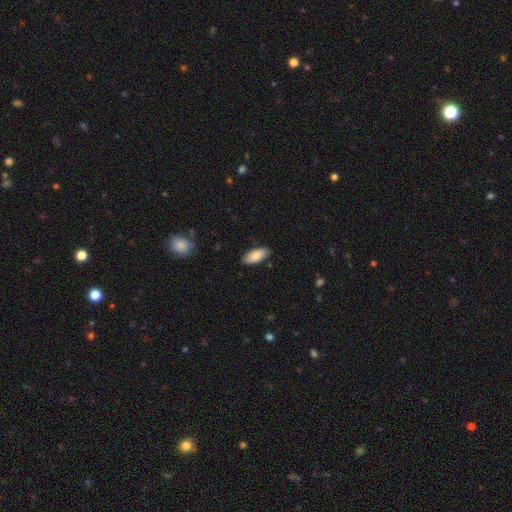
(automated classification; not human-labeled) Overall: smooth (82%). How rounded: in between (89%). Merging: none (86%).